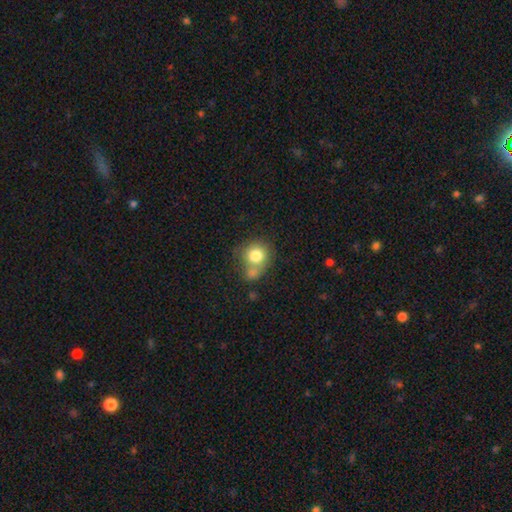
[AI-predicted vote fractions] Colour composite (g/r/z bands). It shows a smooth galaxy with no disk features (78%) that is round (82%). Merging: none (43%).